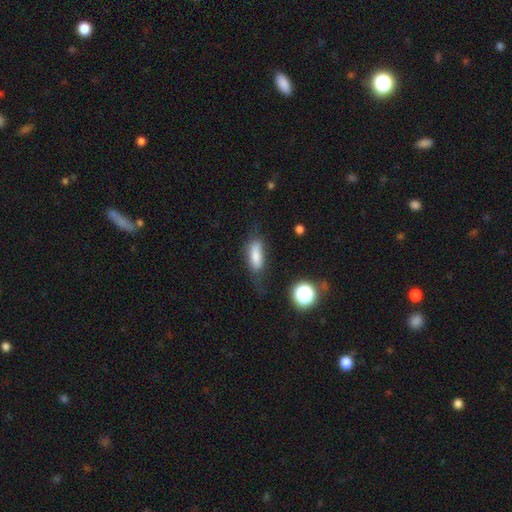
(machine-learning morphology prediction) smooth-or-featured: smooth: 77% | featured or disk: 13% | star or artifact: 10%
  how-rounded: in between: 70% | cigar-shaped: 26% | round: 4%
  merging: none: 52% | minor disturbance: 28% | major disturbance: 16% | merger: 4%